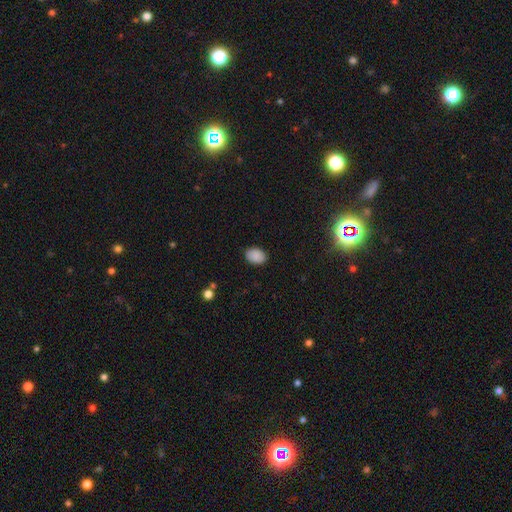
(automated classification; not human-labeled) Q: Smooth or featured?
A: smooth (89%); runner-up: star or artifact (8%)
Q: How rounded?
A: in between (81%); runner-up: round (18%)
Q: Merging?
A: none (87%); runner-up: minor disturbance (10%)